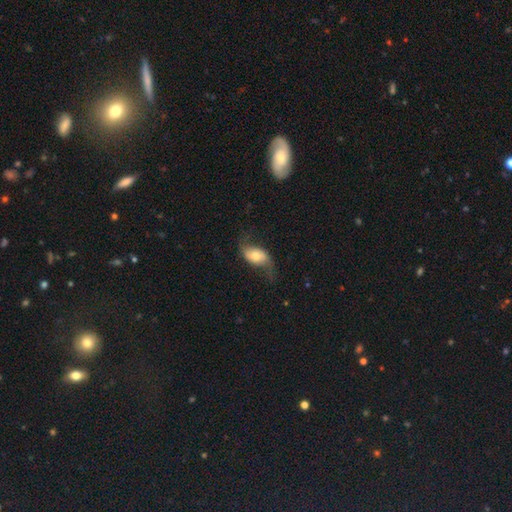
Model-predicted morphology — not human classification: Smooth or featured? featured or disk (57%)
Edge-on disk? no (92%)
Bar? no (59%)
Spiral arms? yes (84%)
Bulge size? moderate (61%)
Merging? none (60%)